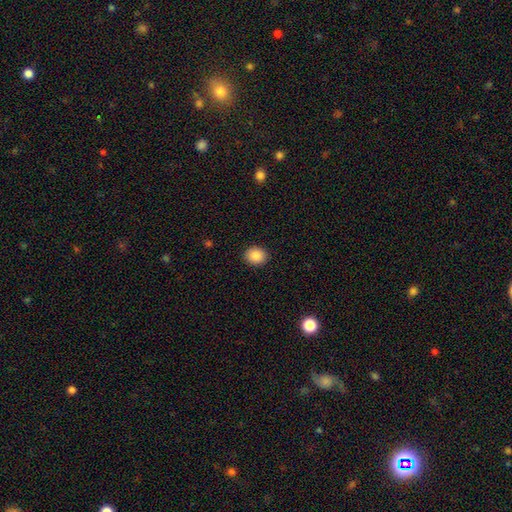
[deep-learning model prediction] Smooth or featured?
  - smooth: 88% *
  - star or artifact: 8%
  - featured or disk: 3%
How rounded?
  - round: 58% *
  - in between: 41%
  - cigar-shaped: 1%
Merging?
  - none: 91% *
  - minor disturbance: 6%
  - major disturbance: 2%
  - merger: 1%